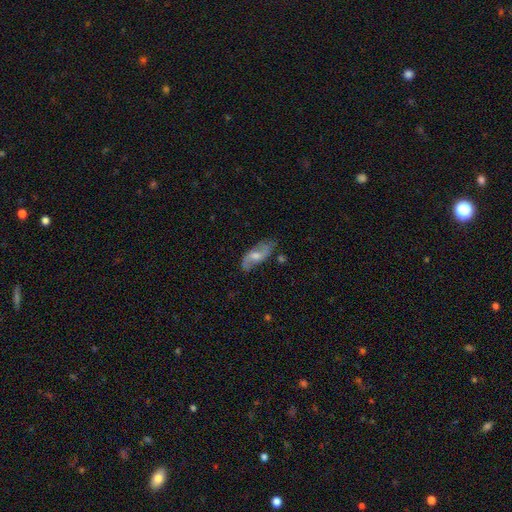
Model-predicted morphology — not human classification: smooth_or_featured: featured or disk (p=0.72) [alt: smooth p=0.22]
disk_edge_on: no (p=0.89) [alt: yes p=0.11]
bar: no (p=0.46) [alt: weak p=0.43]
has_spiral_arms: yes (p=0.91) [alt: no p=0.09]
spiral_winding: loose (p=0.49) [alt: medium p=0.38]
spiral_arm_count: 2 (p=0.89) [alt: can't tell p=0.06]
bulge_size: moderate (p=0.60) [alt: small p=0.26]
merging: none (p=0.79) [alt: minor disturbance p=0.15]